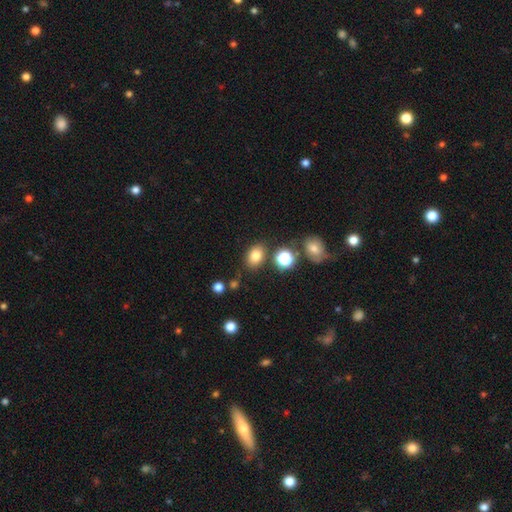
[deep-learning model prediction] Morphology: type=smooth (80%); roundness=in between (70%); merging=none (77%).